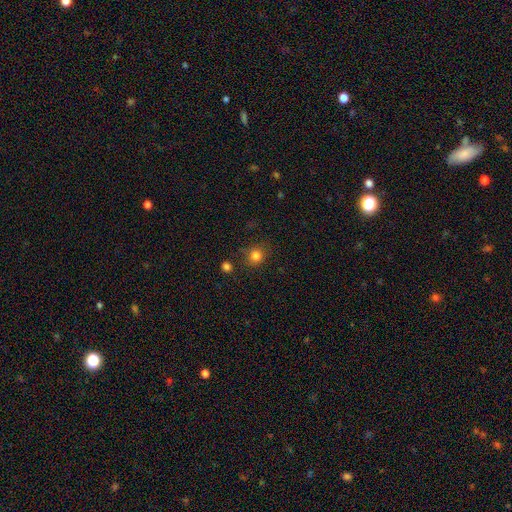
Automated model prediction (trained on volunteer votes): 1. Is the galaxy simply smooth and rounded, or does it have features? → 82% smooth, 13% star or artifact, 5% featured or disk.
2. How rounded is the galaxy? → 88% round, 11% in between, 1% cigar-shaped.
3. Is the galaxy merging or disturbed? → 79% none, 13% minor disturbance, 4% major disturbance, 4% merger.